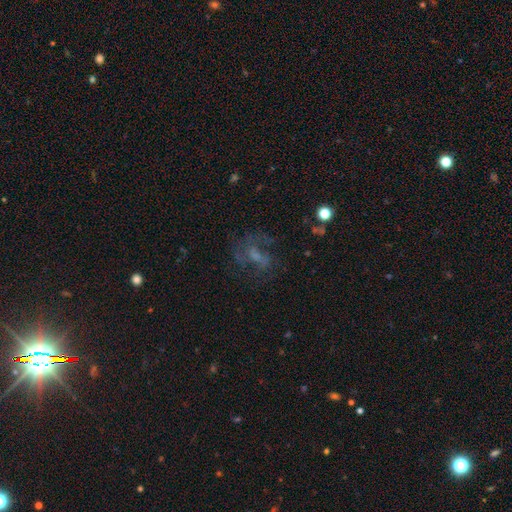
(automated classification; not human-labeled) Smooth or featured? Predicted: featured or disk (p=0.54). Edge-on disk? Predicted: no (p=0.96). Bar? Predicted: no (p=0.50). Spiral arms? Predicted: yes (p=0.60). Bulge size? Predicted: none (p=0.35). Merging? Predicted: none (p=0.52).